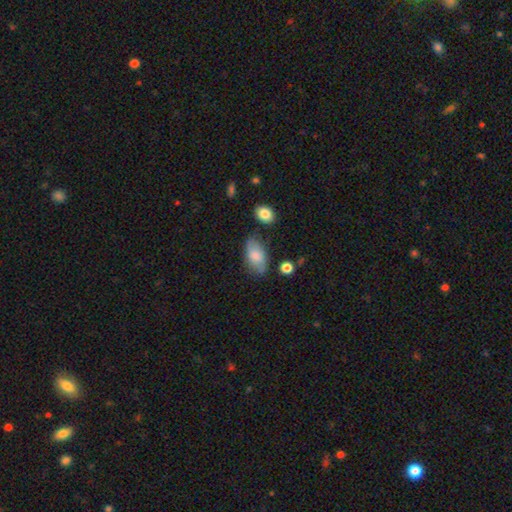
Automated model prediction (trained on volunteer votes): This appears to be a smooth galaxy with no disk features (75%) that is in between round and cigar-shaped (93%). Merging: none (71%).